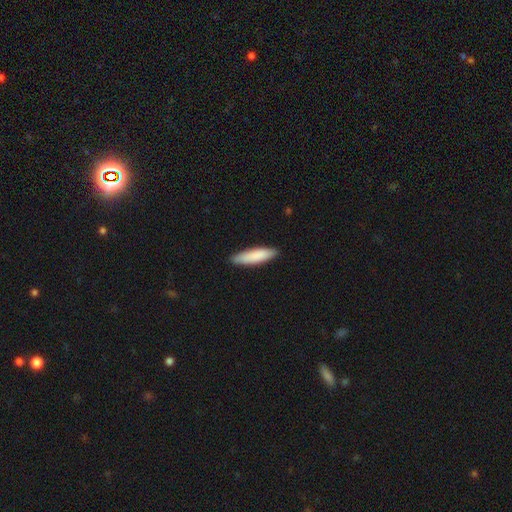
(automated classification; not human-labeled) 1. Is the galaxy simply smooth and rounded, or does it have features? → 85% smooth, 10% featured or disk, 5% star or artifact.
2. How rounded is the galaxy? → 73% cigar-shaped, 25% in between, 1% round.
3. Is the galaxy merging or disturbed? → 87% none, 10% minor disturbance, 2% major disturbance, 1% merger.